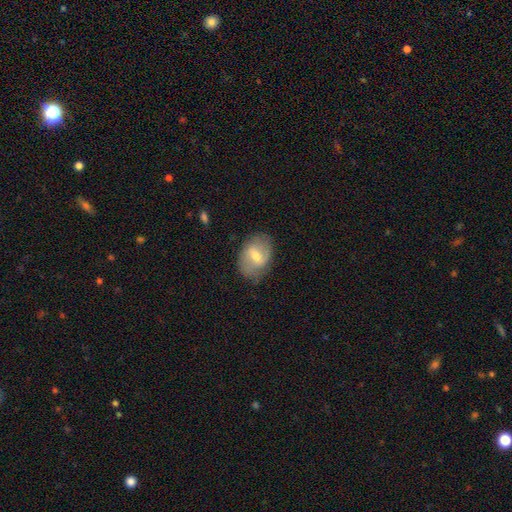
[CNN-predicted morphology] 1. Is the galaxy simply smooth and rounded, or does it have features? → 50% featured or disk, 43% smooth, 7% star or artifact.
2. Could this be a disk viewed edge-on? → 95% no, 5% yes.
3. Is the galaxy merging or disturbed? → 69% none, 22% minor disturbance, 7% major disturbance, 1% merger.